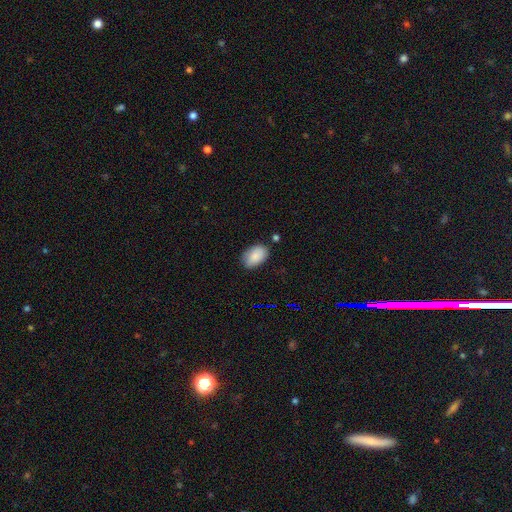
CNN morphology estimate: This appears to be a smooth galaxy with no disk features (87%) that is in between round and cigar-shaped (92%). Merging: none (78%).